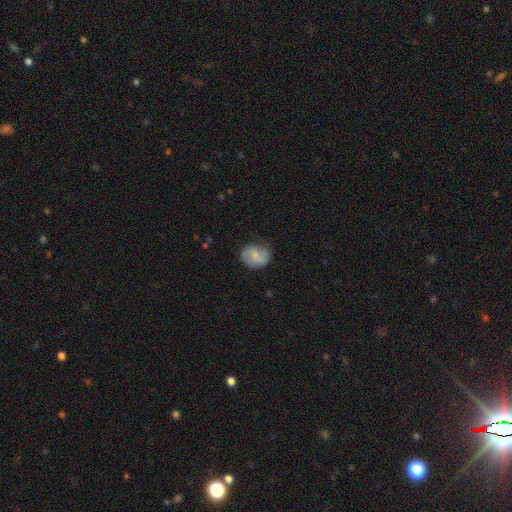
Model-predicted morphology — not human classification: The model was most divided on "smooth or featured": smooth: 47%, featured or disk: 46%, star or artifact: 7%. More confident: merging — none (71%).